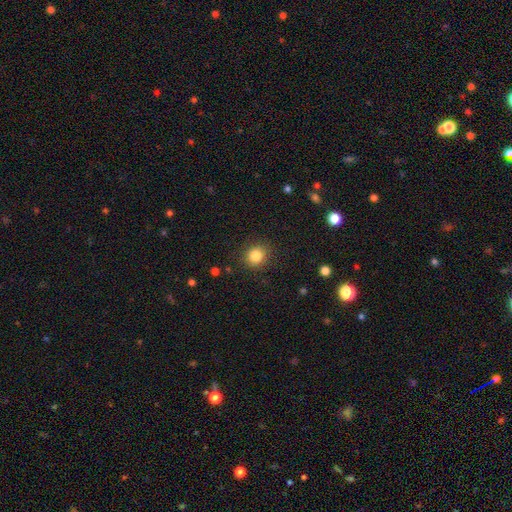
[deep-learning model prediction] Smooth or featured? smooth (84%)
How rounded? round (81%)
Merging? none (88%)